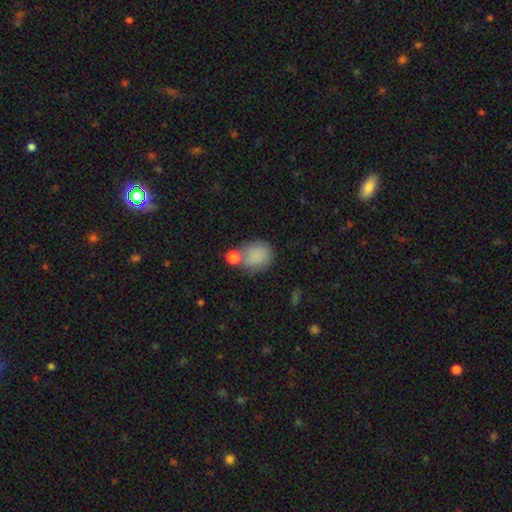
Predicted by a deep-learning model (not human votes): Q: Smooth or featured?
A: smooth (84%); runner-up: star or artifact (9%)
Q: How rounded?
A: round (75%); runner-up: in between (24%)
Q: Merging?
A: none (59%); runner-up: merger (20%)